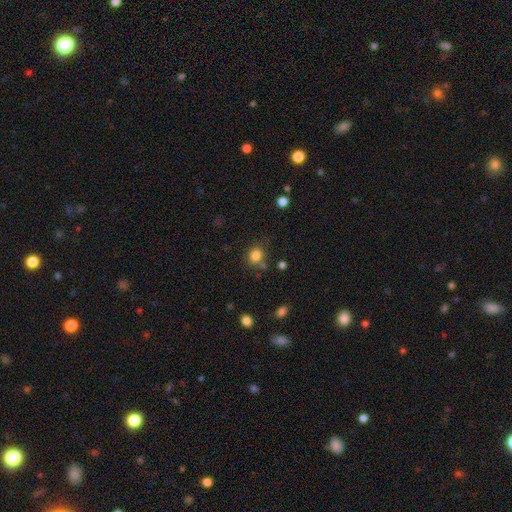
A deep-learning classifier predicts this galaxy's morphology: A smooth galaxy with no disk features (82%) that is round (70%).

Vote fractions:
- Smooth or featured? smooth: 82% / star or artifact: 12% / featured or disk: 6%
- How rounded? round: 70% / in between: 29% / cigar-shaped: 1%
- Merging? none: 70% / minor disturbance: 16% / merger: 9% / major disturbance: 5%